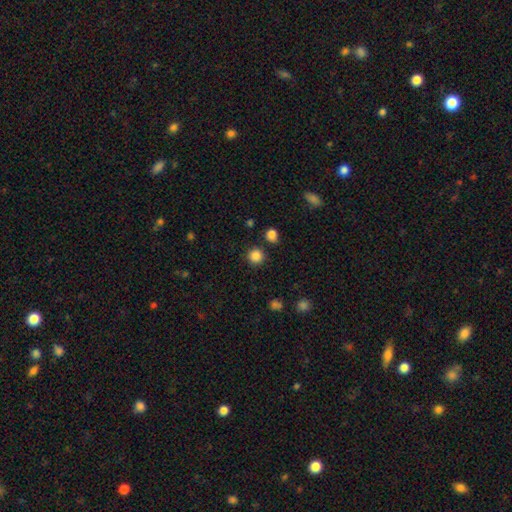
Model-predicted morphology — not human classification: A smooth galaxy with no disk features (85%) that is round (94%).

Vote fractions:
- Smooth or featured? smooth: 85% / star or artifact: 12% / featured or disk: 3%
- How rounded? round: 94% / in between: 5% / cigar-shaped: 1%
- Merging? none: 87% / minor disturbance: 6% / merger: 4% / major disturbance: 3%